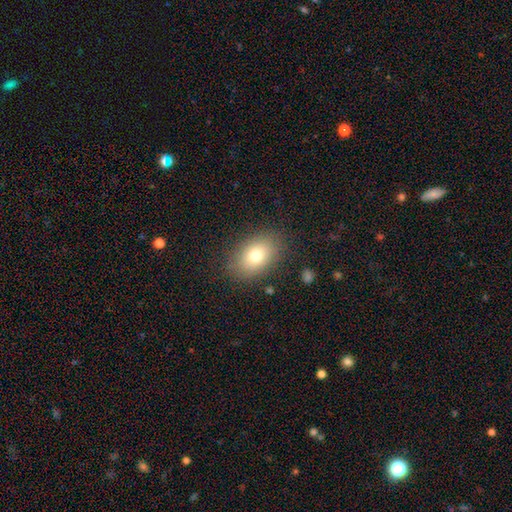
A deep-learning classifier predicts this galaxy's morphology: smooth 76%, featured or disk 14%, star or artifact 10%. Down the decision tree: how rounded — in between (81%); merging — none (83%).